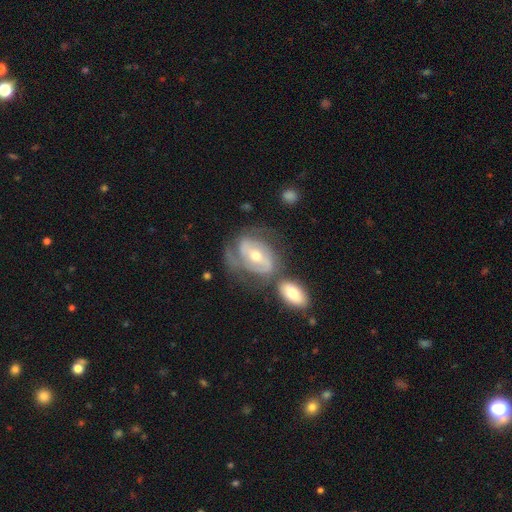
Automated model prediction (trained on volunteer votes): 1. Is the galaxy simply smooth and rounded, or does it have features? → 82% featured or disk, 12% smooth, 6% star or artifact.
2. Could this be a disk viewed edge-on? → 96% no, 4% yes.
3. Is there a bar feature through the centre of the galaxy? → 39% weak, 32% no, 29% strong.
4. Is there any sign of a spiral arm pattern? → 92% yes, 8% no.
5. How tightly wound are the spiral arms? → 43% tight, 42% medium, 16% loose.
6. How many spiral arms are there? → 57% 2, 19% can't tell, 13% 3, 6% 1, 2% 4, 2% more than 4.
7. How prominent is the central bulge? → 57% moderate, 39% small, 3% large, 1% none, 1% dominant.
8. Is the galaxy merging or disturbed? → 43% none, 21% merger, 19% minor disturbance, 17% major disturbance.